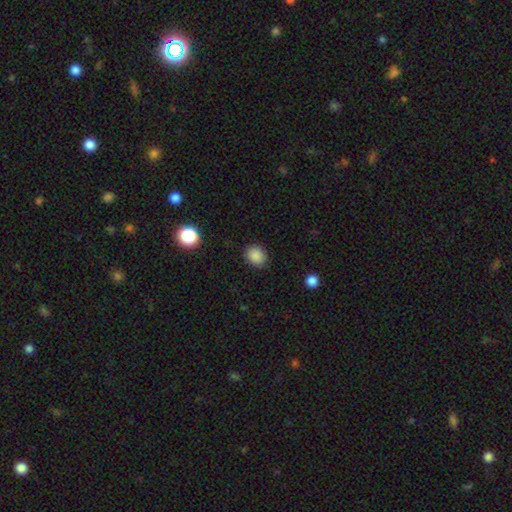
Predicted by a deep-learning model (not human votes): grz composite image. It shows a smooth galaxy with no disk features (87%) that is round (62%). Merging: none (87%).